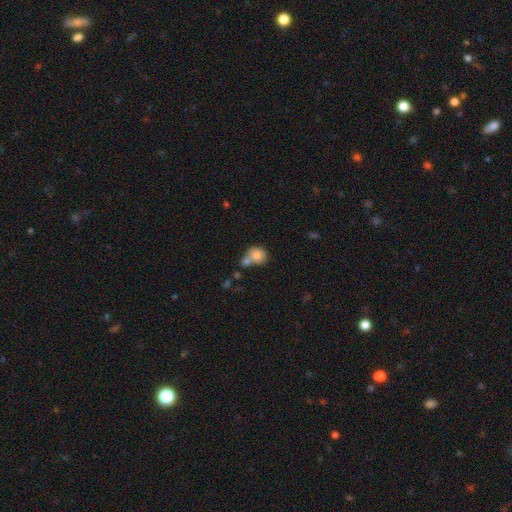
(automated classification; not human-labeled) This appears to be a smooth galaxy with no disk features (80%) that is round (75%). Merging: merger (46%).